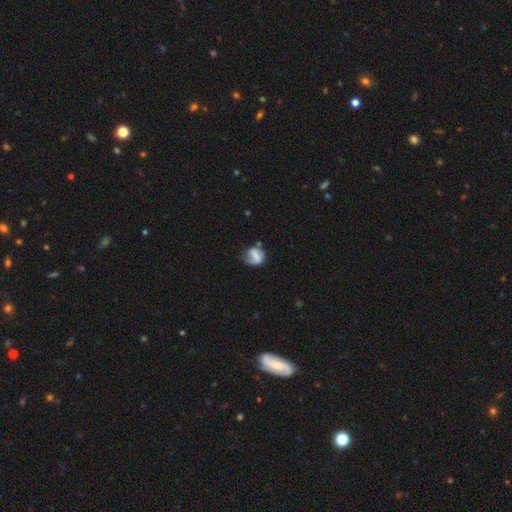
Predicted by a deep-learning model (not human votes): Smooth or featured? smooth (47%)
Merging? none (49%)